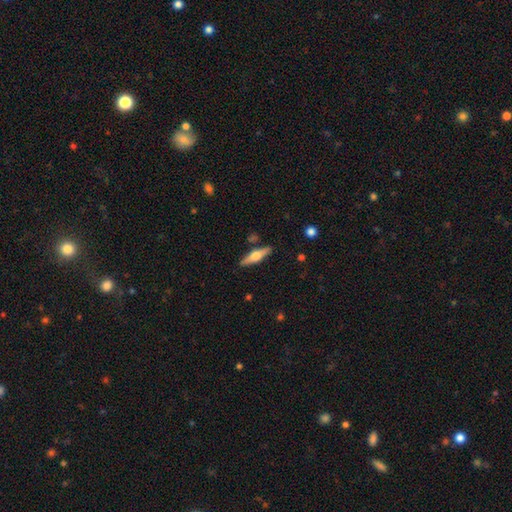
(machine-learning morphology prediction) type=featured or disk (62%); edge-on=yes (96%); edge-on bulge=rounded (92%); merging=none (86%).